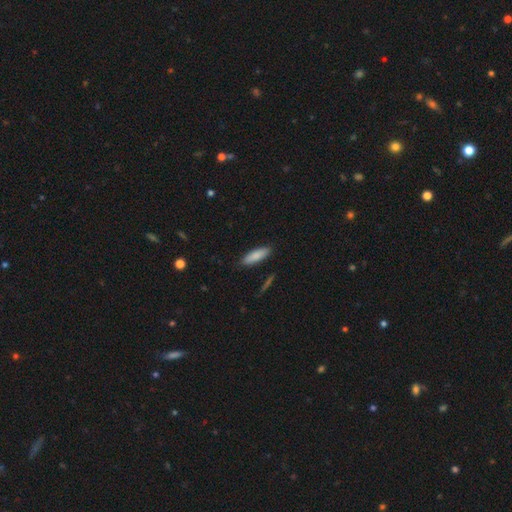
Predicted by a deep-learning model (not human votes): Q: Smooth or featured?
A: smooth (85%); runner-up: featured or disk (9%)
Q: How rounded?
A: in between (51%); runner-up: cigar-shaped (47%)
Q: Merging?
A: none (87%); runner-up: minor disturbance (9%)